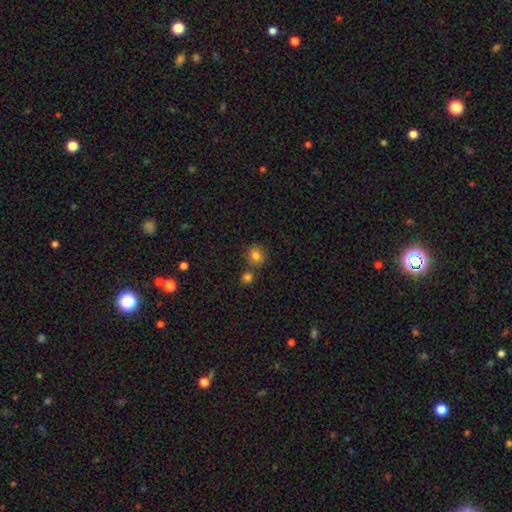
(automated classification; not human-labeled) smooth-or-featured: smooth: 82% | star or artifact: 11% | featured or disk: 6%
  how-rounded: round: 79% | in between: 20% | cigar-shaped: 1%
  merging: none: 70% | merger: 17% | minor disturbance: 10% | major disturbance: 3%